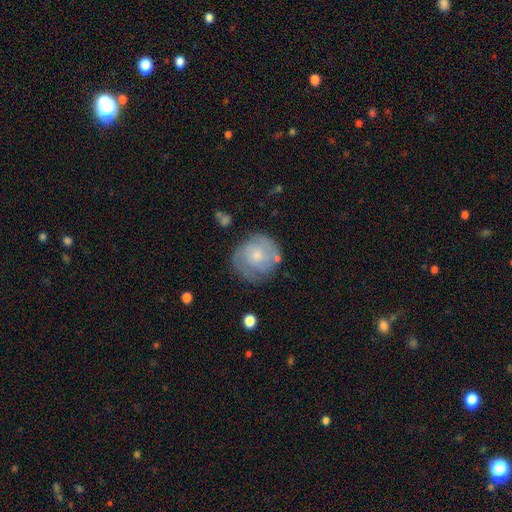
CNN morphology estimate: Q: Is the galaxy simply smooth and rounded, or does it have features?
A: smooth — 49%.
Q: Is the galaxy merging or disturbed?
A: none — 67%.